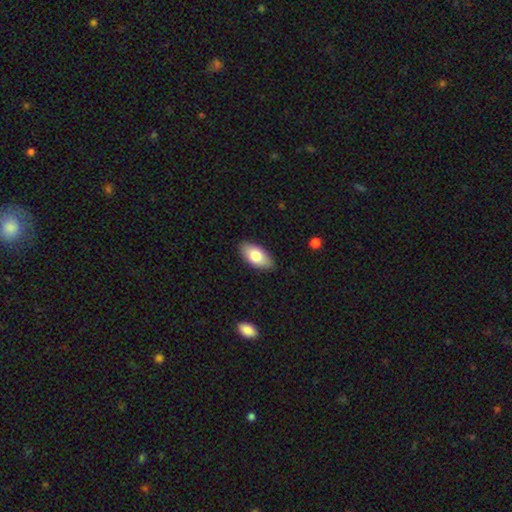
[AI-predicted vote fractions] A smooth galaxy with no disk features (78%) that is in between round and cigar-shaped (93%). Merging: none (87%).